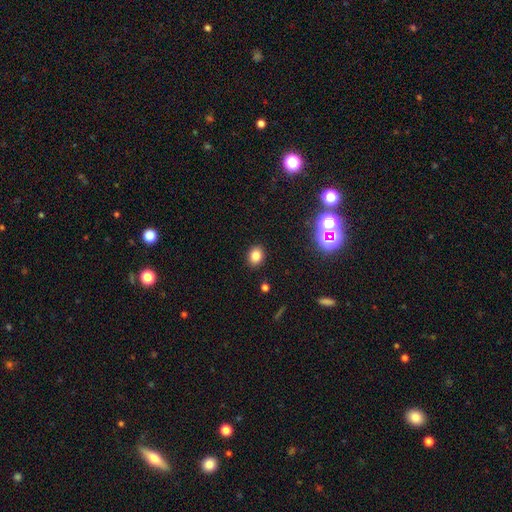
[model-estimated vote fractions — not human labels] Smooth or featured?
  - smooth: 81% *
  - star or artifact: 13%
  - featured or disk: 6%
How rounded?
  - in between: 51% *
  - round: 48%
  - cigar-shaped: 1%
Merging?
  - none: 90% *
  - minor disturbance: 7%
  - major disturbance: 2%
  - merger: 1%